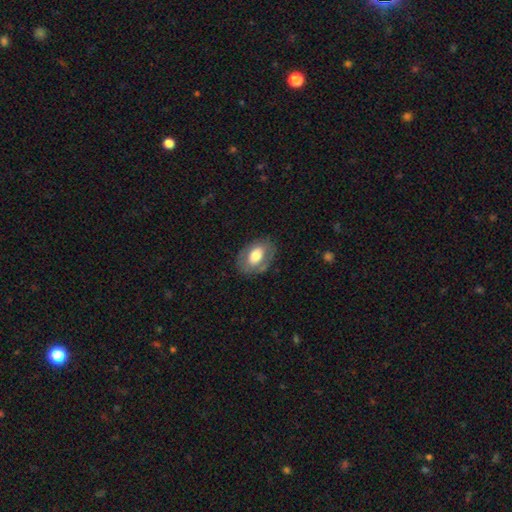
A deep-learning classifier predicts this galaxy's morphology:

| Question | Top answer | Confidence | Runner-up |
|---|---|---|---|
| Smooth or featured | smooth | 61% | featured or disk (32%) |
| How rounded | in between | 85% | round (14%) |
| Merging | none | 75% | minor disturbance (17%) |